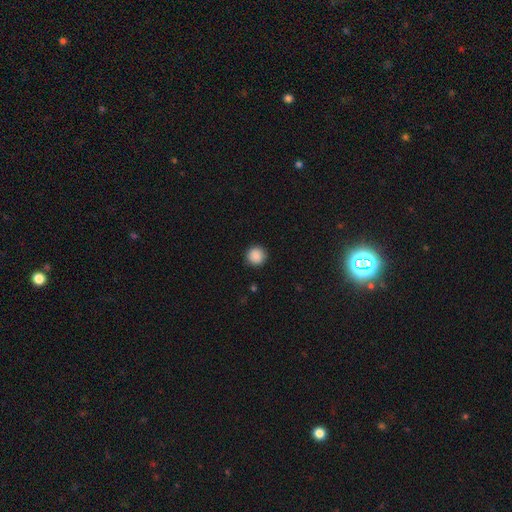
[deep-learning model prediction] A smooth galaxy with no disk features (89%) that is round (95%).

Vote fractions:
- Smooth or featured? smooth: 89% / star or artifact: 9% / featured or disk: 3%
- How rounded? round: 95% / in between: 4% / cigar-shaped: 1%
- Merging? none: 90% / minor disturbance: 7% / major disturbance: 2% / merger: 1%